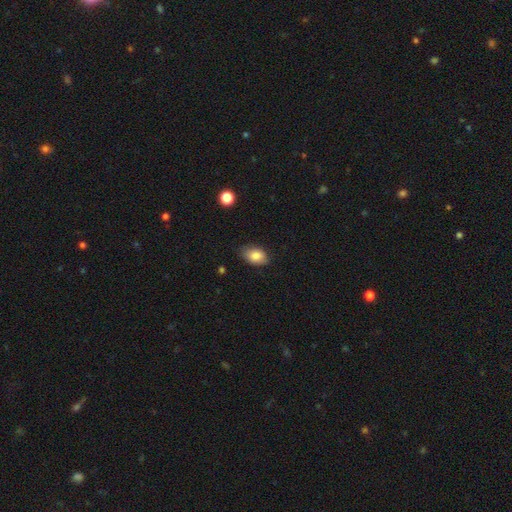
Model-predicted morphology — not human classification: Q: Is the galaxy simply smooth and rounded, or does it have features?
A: smooth — 84%.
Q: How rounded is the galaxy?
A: in between — 86%.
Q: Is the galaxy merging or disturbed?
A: none — 77%.